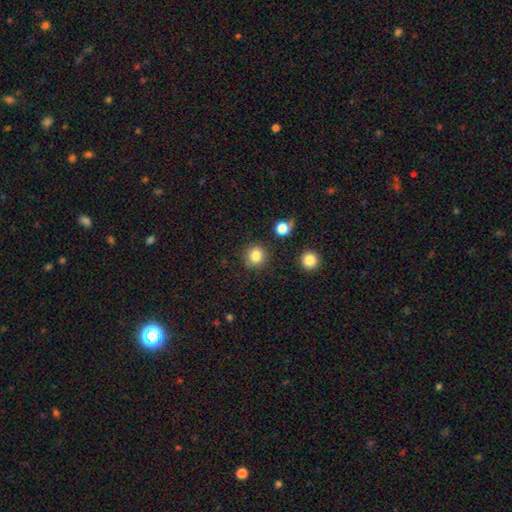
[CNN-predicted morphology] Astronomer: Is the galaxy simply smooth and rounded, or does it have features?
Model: smooth — 83%.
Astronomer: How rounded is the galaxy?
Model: round — 91%.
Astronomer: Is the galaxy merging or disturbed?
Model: none — 84%.